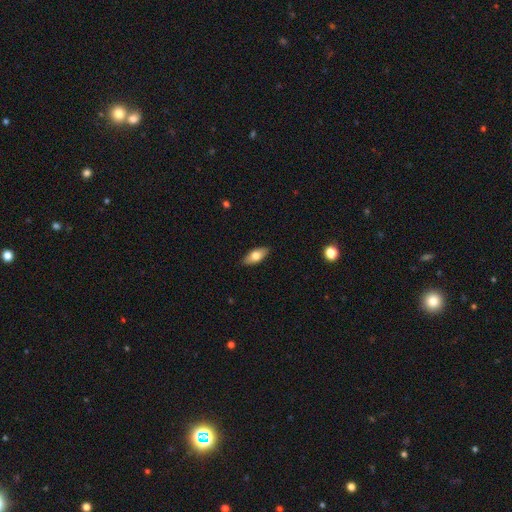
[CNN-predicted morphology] Q: Smooth or featured?
A: smooth (70%); runner-up: featured or disk (23%)
Q: How rounded?
A: in between (82%); runner-up: cigar-shaped (15%)
Q: Merging?
A: none (88%); runner-up: minor disturbance (9%)